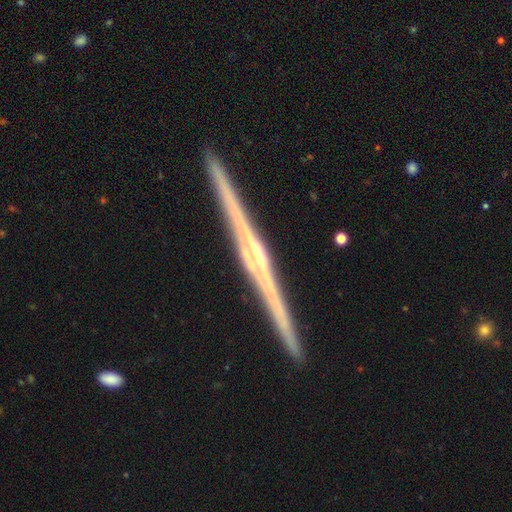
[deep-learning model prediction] Q: Smooth or featured?
A: featured or disk (89%); runner-up: smooth (7%)
Q: Edge-on disk?
A: yes (99%); runner-up: no (1%)
Q: Edge-on bulge?
A: rounded (68%); runner-up: none (18%)
Q: Merging?
A: none (93%); runner-up: minor disturbance (5%)